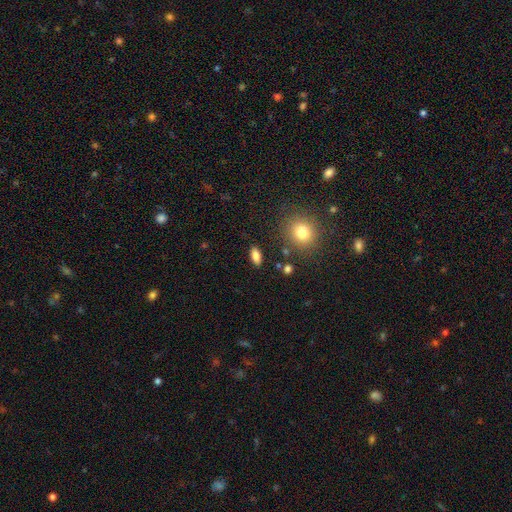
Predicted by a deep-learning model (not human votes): smooth_or_featured: smooth (p=0.80) [alt: featured or disk p=0.11]
how_rounded: in between (p=0.83) [alt: cigar-shaped p=0.12]
merging: none (p=0.86) [alt: minor disturbance p=0.09]